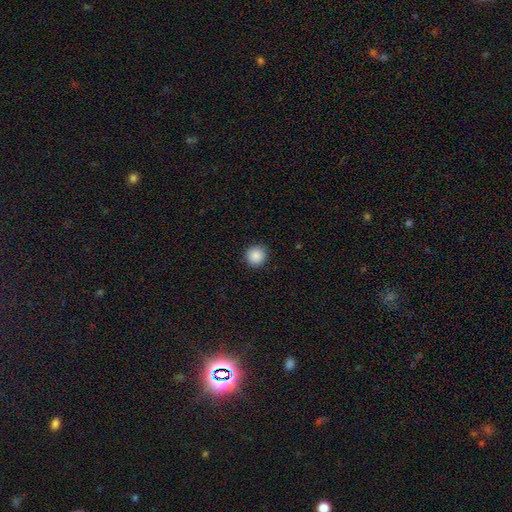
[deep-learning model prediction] Smooth or featured?
  - smooth: 88% *
  - star or artifact: 9%
  - featured or disk: 3%
How rounded?
  - round: 94% *
  - in between: 5%
  - cigar-shaped: 1%
Merging?
  - none: 91% *
  - minor disturbance: 6%
  - major disturbance: 2%
  - merger: 1%